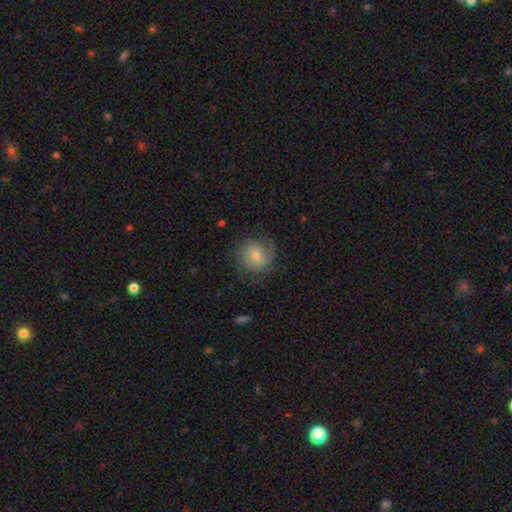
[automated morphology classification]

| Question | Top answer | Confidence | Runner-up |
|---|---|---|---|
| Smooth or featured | featured or disk | 55% | smooth (38%) |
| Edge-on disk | no | 97% | yes (3%) |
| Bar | no | 59% | weak (34%) |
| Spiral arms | yes | 85% | no (15%) |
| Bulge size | moderate | 50% | small (45%) |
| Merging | none | 69% | minor disturbance (19%) |